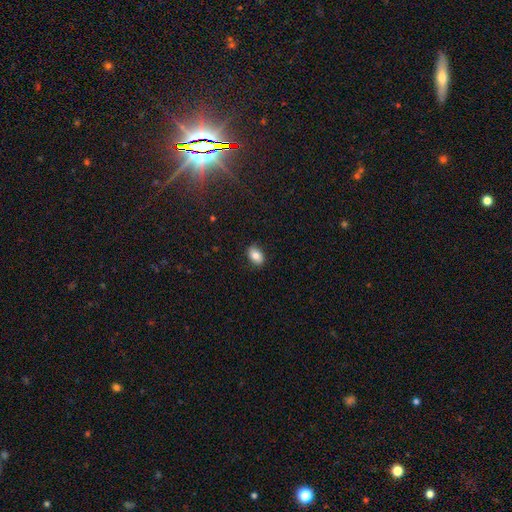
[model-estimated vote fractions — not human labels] Morphology: type=smooth (81%); roundness=in between (86%); merging=none (86%).